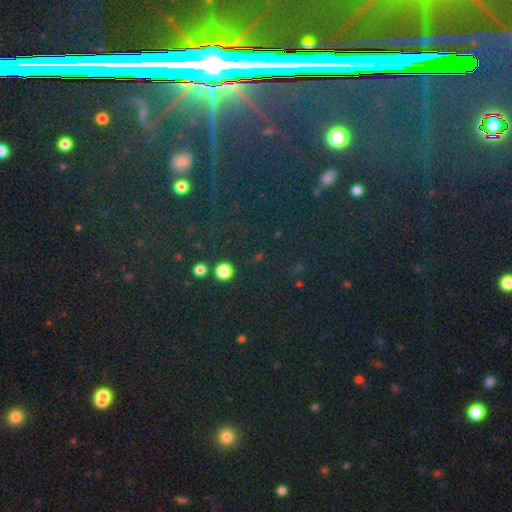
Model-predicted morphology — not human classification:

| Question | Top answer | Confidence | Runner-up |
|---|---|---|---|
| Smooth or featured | star or artifact | 81% | smooth (10%) |